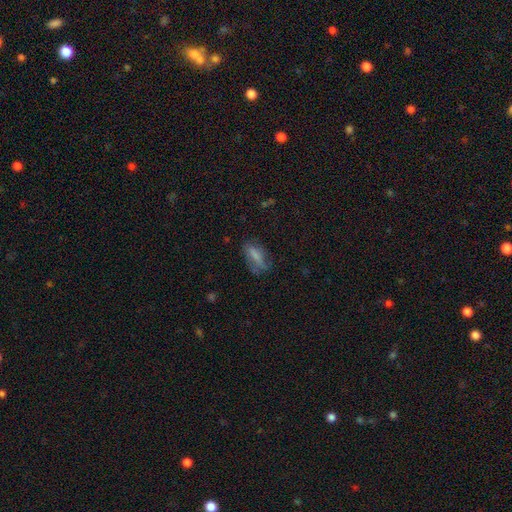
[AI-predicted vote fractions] Smooth or featured? Predicted: smooth (p=0.68). How rounded? Predicted: in between (p=0.66). Merging? Predicted: none (p=0.58).